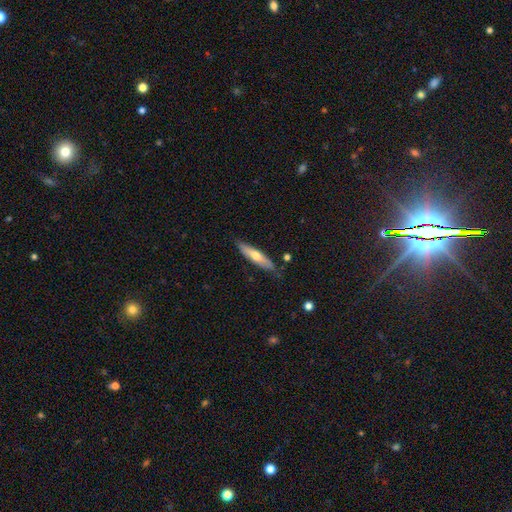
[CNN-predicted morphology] Overall: smooth (56%; featured or disk 39%). How rounded: cigar-shaped (77%). Merging: none (81%).